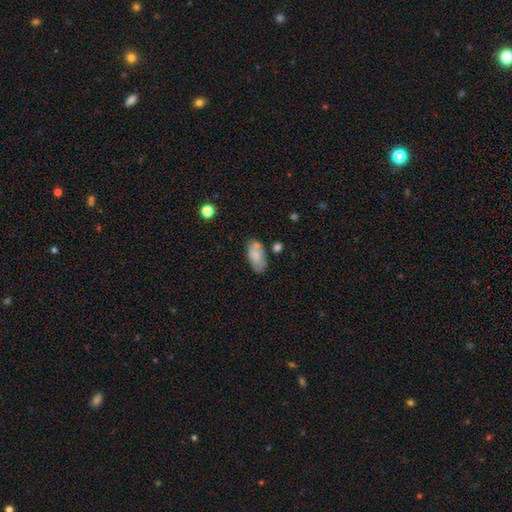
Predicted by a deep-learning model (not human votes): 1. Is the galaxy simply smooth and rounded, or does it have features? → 80% smooth, 13% featured or disk, 8% star or artifact.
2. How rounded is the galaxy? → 92% in between, 5% cigar-shaped, 3% round.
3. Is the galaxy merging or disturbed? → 63% none, 20% minor disturbance, 11% merger, 6% major disturbance.